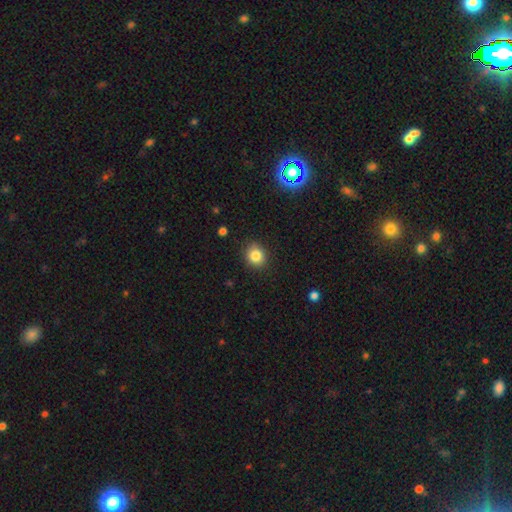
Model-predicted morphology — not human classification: Smooth or featured?
  - smooth: 84% *
  - star or artifact: 11%
  - featured or disk: 5%
How rounded?
  - round: 77% *
  - in between: 22%
  - cigar-shaped: 1%
Merging?
  - none: 87% *
  - minor disturbance: 10%
  - major disturbance: 2%
  - merger: 1%